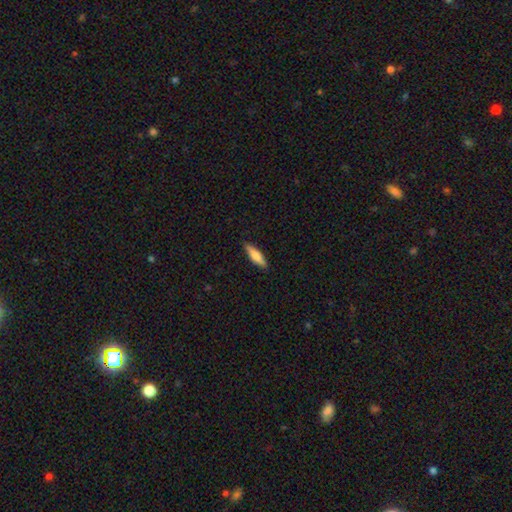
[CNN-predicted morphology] The model was most divided on "how rounded": cigar-shaped: 69%, in between: 29%, round: 2%. More confident: merging — none (89%); smooth or featured — smooth (70%).